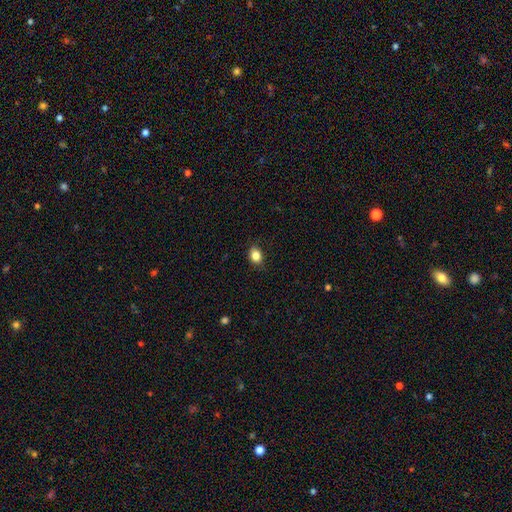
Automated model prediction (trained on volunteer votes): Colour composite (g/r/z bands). It shows a smooth galaxy with no disk features (84%) that is in between round and cigar-shaped (57%). Merging: none (86%).